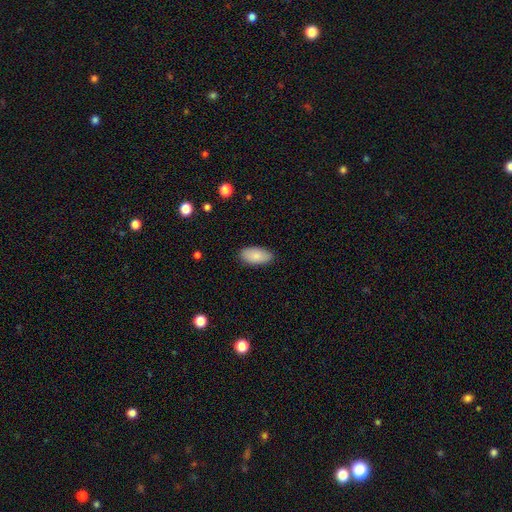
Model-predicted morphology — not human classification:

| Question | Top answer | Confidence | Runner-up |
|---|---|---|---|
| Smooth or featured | smooth | 85% | featured or disk (9%) |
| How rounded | in between | 94% | cigar-shaped (4%) |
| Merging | none | 86% | minor disturbance (11%) |